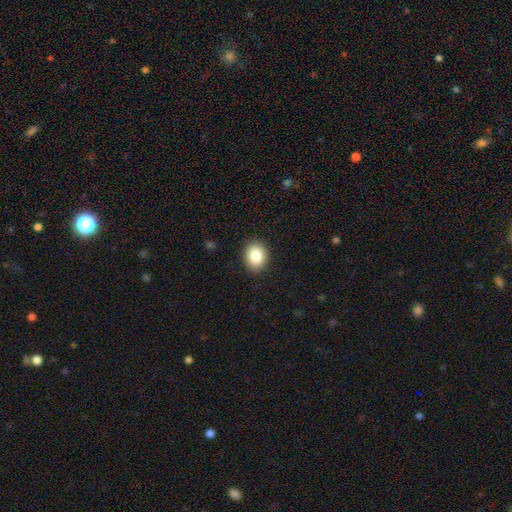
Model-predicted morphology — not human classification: Smooth or featured: smooth — 86% (star or artifact — 8%)
How rounded: round — 52% (in between — 48%)
Merging: none — 89% (minor disturbance — 8%)